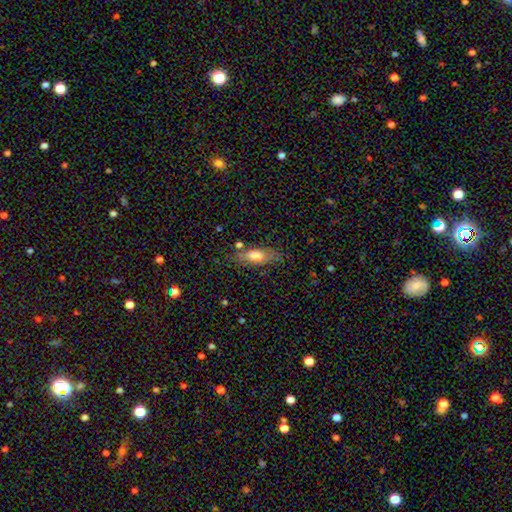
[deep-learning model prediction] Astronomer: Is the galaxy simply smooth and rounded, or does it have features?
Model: smooth — 66%.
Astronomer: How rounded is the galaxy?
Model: in between — 66%.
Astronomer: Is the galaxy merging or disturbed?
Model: none — 69%.